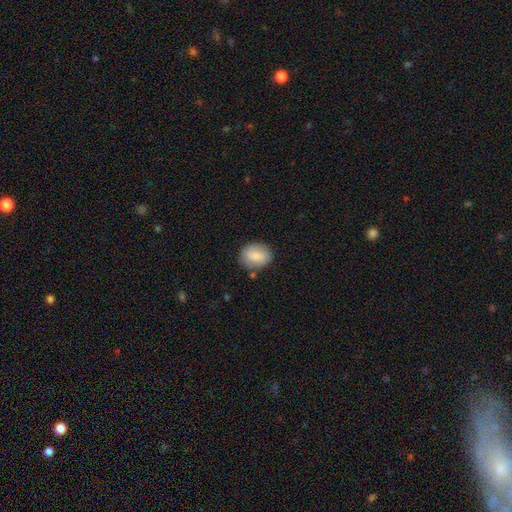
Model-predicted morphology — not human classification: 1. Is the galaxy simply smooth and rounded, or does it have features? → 82% smooth, 12% featured or disk, 7% star or artifact.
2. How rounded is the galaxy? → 57% in between, 42% round, 1% cigar-shaped.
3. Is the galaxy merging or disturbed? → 81% none, 13% minor disturbance, 3% major disturbance, 3% merger.